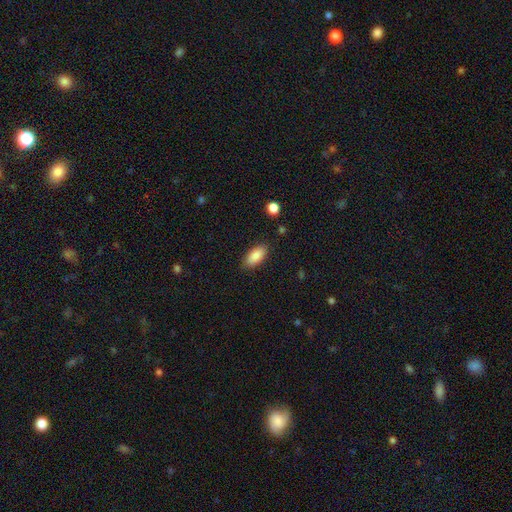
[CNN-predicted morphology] A smooth galaxy with no disk features (87%) that is in between round and cigar-shaped (89%). Merging: none (85%).